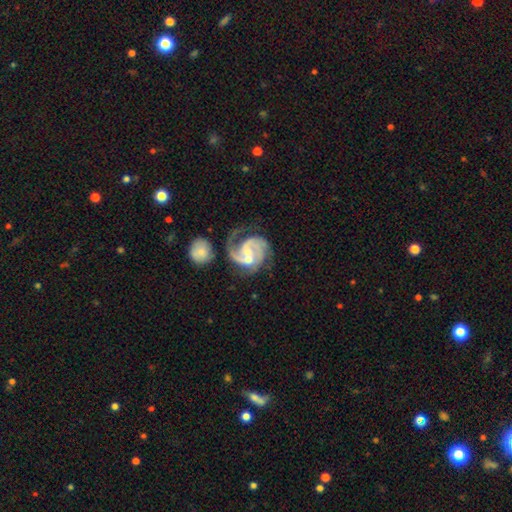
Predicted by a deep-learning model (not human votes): Q: Smooth or featured?
A: featured or disk (88%); runner-up: smooth (7%)
Q: Edge-on disk?
A: no (98%); runner-up: yes (2%)
Q: Bar?
A: no (47%); runner-up: weak (41%)
Q: Spiral arms?
A: yes (97%); runner-up: no (3%)
Q: Spiral winding?
A: medium (52%); runner-up: tight (28%)
Q: Spiral arm count?
A: 2 (67%); runner-up: 3 (12%)
Q: Bulge size?
A: small (49%); runner-up: moderate (43%)
Q: Merging?
A: none (35%); runner-up: merger (30%)